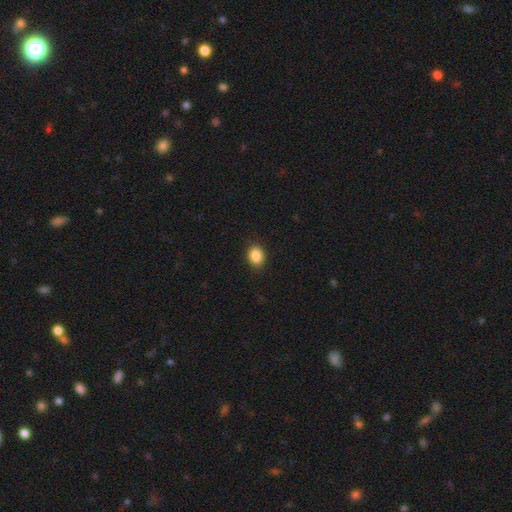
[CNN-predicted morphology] smooth-or-featured: smooth: 87% | star or artifact: 9% | featured or disk: 4%
  how-rounded: in between: 64% | round: 35% | cigar-shaped: 1%
  merging: none: 90% | minor disturbance: 8% | major disturbance: 2% | merger: 1%